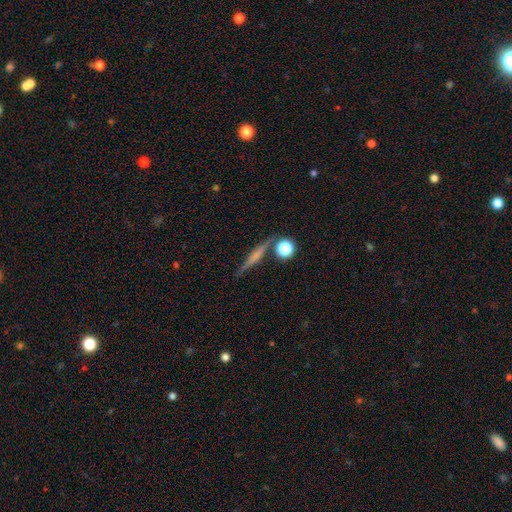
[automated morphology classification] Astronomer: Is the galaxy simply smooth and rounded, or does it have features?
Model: featured or disk — 54% (runner-up: smooth, 36%).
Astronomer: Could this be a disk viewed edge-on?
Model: yes — 95%.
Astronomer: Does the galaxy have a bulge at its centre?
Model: none — 40% (runner-up: rounded, 36%).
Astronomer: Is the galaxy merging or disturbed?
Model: none — 81%.